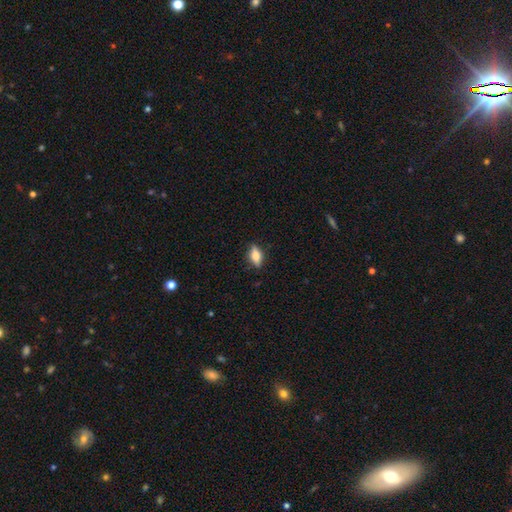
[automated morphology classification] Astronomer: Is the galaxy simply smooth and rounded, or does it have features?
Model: smooth — 57% (runner-up: featured or disk, 35%).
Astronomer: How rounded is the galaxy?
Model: in between — 75%.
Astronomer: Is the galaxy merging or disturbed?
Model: none — 84%.